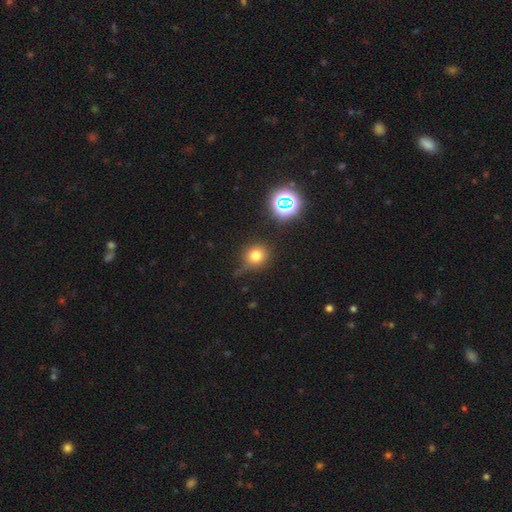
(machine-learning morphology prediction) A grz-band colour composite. It shows a smooth galaxy with no disk features (73%) that is round (85%). Merging: none (67%).